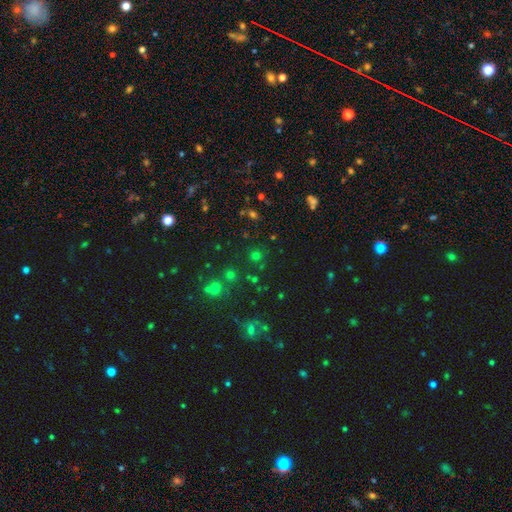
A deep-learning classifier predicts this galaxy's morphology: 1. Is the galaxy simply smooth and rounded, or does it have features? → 58% smooth, 35% star or artifact, 7% featured or disk.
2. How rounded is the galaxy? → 90% round, 9% in between, 1% cigar-shaped.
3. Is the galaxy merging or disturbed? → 81% none, 9% minor disturbance, 6% merger, 4% major disturbance.